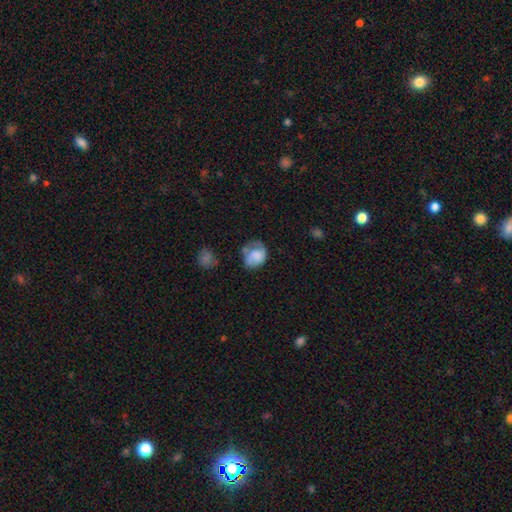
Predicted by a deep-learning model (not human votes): A smooth galaxy with no disk features (60%) that is in between round and cigar-shaped (50%).

Vote fractions:
- Smooth or featured? smooth: 60% / featured or disk: 32% / star or artifact: 8%
- How rounded? in between: 50% / round: 49% / cigar-shaped: 1%
- Merging? none: 37% / minor disturbance: 31% / major disturbance: 25% / merger: 7%